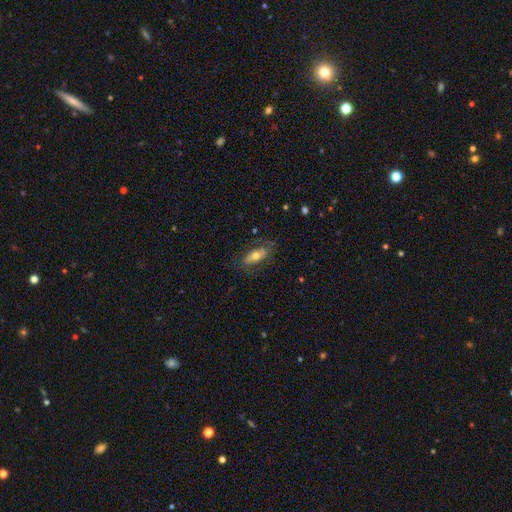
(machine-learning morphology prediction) type=smooth (54%); roundness=in between (81%); merging=none (69%).